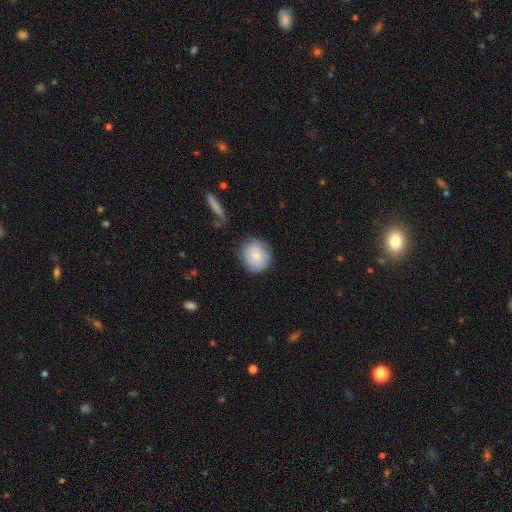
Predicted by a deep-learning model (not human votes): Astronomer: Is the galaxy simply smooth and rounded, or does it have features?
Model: smooth — 78%.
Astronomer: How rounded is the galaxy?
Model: round — 82%.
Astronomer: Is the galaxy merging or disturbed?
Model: none — 80%.